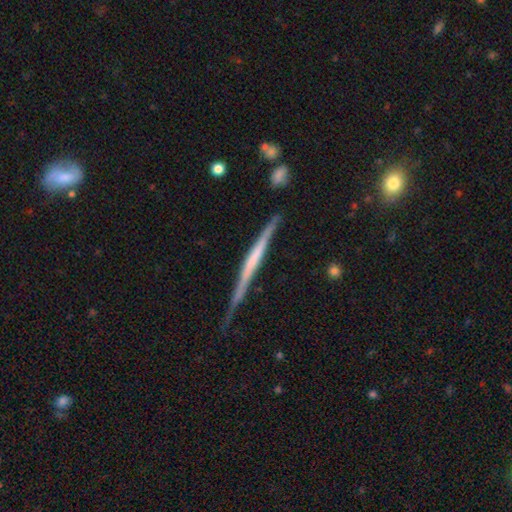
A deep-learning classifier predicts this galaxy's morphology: featured or disk 70%, smooth 25%, star or artifact 6%. Down the decision tree: edge-on disk — yes (97%); edge-on bulge — none (70%); merging — none (74%).